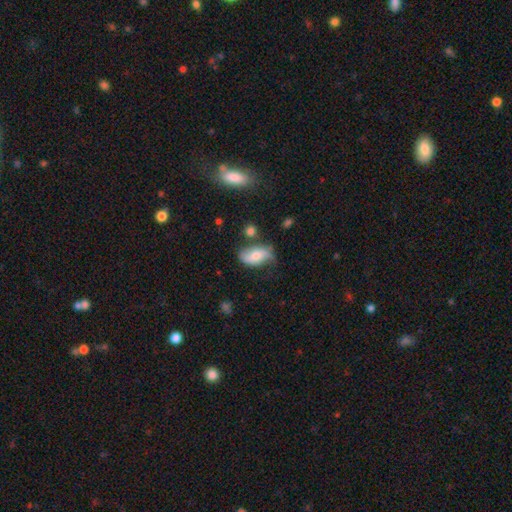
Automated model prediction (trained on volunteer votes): The model was most divided on "merging": none: 52%, minor disturbance: 31%, major disturbance: 11%, merger: 6%. More confident: how rounded — in between (91%); smooth or featured — smooth (57%).